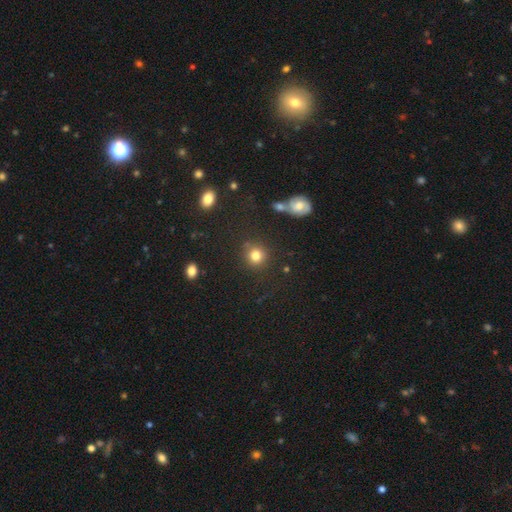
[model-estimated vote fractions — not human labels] This is clearly a smooth galaxy (81%). How rounded: clearly round (89%). Merging: clearly none (82%).